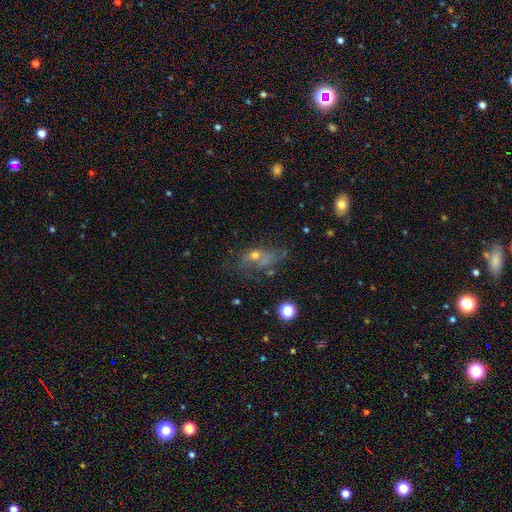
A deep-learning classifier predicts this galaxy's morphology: Smooth or featured?
  - featured or disk: 47% *
  - smooth: 35%
  - star or artifact: 19%
Merging?
  - none: 38% *
  - major disturbance: 32%
  - minor disturbance: 22%
  - merger: 7%